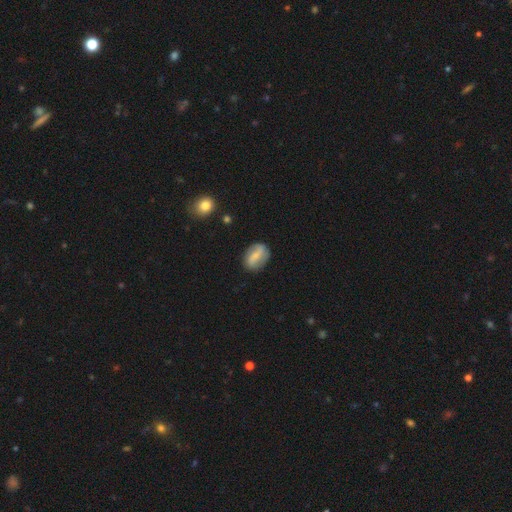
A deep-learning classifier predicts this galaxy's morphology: Q: Smooth or featured?
A: featured or disk (51%); runner-up: smooth (42%)
Q: Edge-on disk?
A: no (95%); runner-up: yes (5%)
Q: Merging?
A: none (80%); runner-up: minor disturbance (15%)